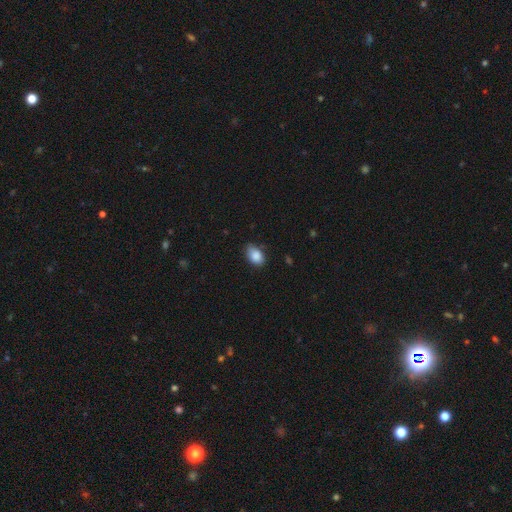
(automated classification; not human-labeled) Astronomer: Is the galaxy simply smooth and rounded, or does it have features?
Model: smooth — 87%.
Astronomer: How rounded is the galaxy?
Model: in between — 85%.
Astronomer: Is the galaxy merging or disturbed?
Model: none — 70%.